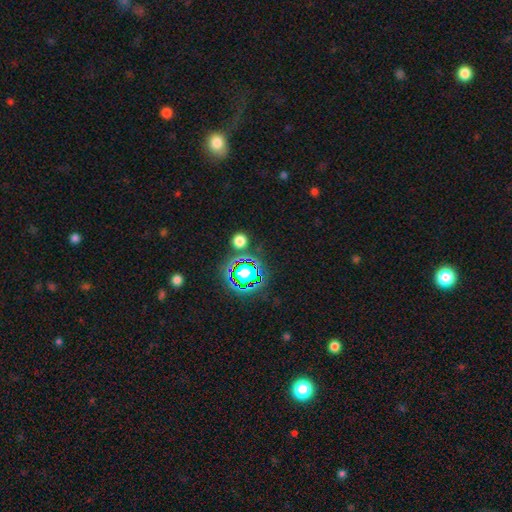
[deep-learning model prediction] Overall: star or artifact (76%).